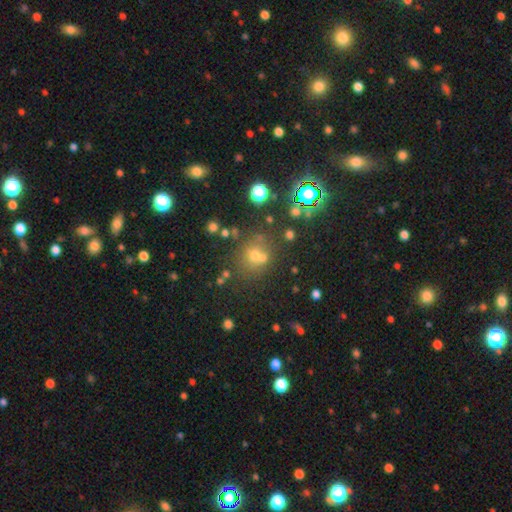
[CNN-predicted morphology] The model was most divided on "smooth or featured": smooth: 53%, star or artifact: 33%, featured or disk: 14%. More confident: how rounded — round (82%); merging — none (58%).